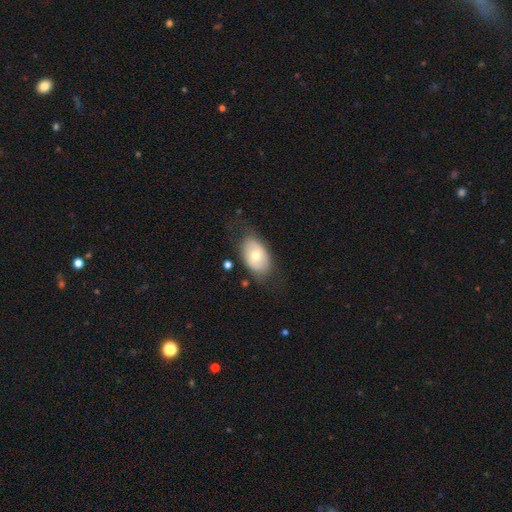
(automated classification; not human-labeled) smooth_or_featured: smooth (p=0.63) [alt: featured or disk p=0.31]
how_rounded: in between (p=0.89) [alt: round p=0.09]
merging: none (p=0.72) [alt: minor disturbance p=0.19]